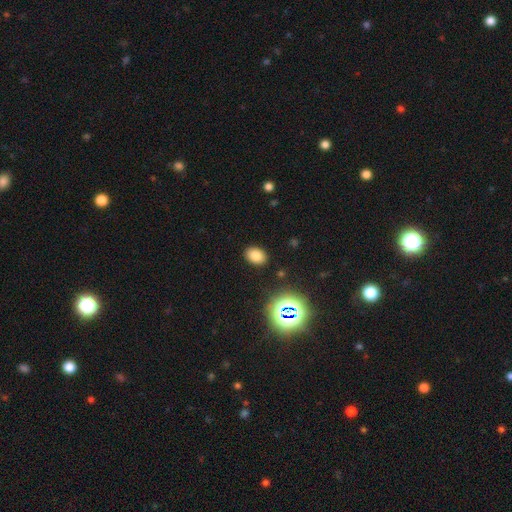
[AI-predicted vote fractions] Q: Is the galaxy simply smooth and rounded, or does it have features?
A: smooth — 78%.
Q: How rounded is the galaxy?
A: in between — 78%.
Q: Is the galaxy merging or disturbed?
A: none — 88%.